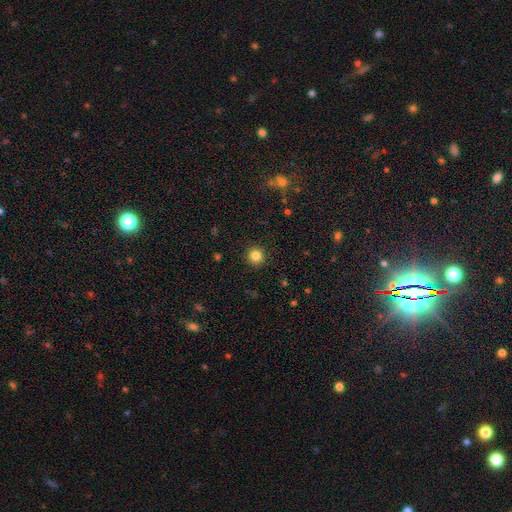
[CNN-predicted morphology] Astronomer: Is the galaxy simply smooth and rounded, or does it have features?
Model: smooth — 83%.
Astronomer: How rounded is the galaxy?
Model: round — 93%.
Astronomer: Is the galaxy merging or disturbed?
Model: none — 92%.